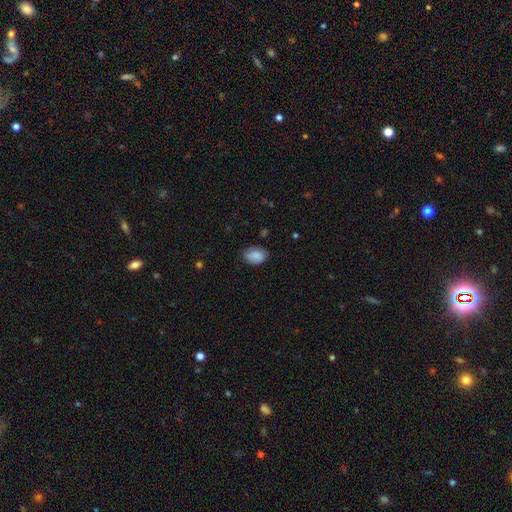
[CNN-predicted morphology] The model was most divided on "merging": none: 75%, minor disturbance: 20%, major disturbance: 4%, merger: 1%. More confident: smooth or featured — smooth (87%); how rounded — in between (79%).